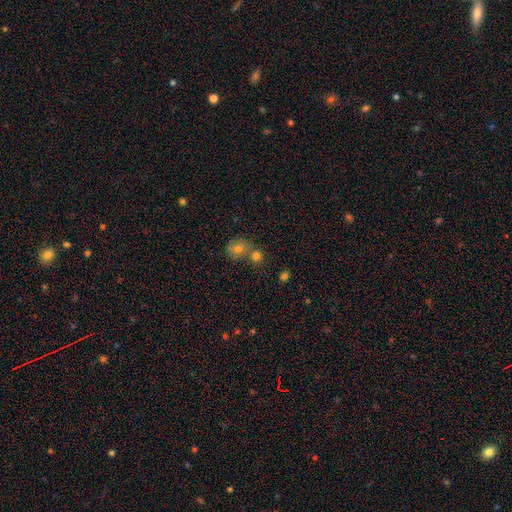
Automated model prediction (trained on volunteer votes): Q: Smooth or featured?
A: smooth (71%); runner-up: star or artifact (17%)
Q: How rounded?
A: round (82%); runner-up: in between (17%)
Q: Merging?
A: none (53%); runner-up: merger (37%)